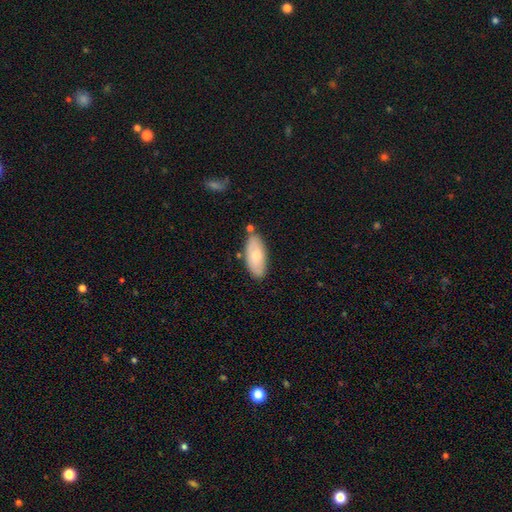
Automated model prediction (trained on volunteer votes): Smooth or featured?
  - smooth: 64% *
  - featured or disk: 29%
  - star or artifact: 6%
How rounded?
  - in between: 89% *
  - cigar-shaped: 9%
  - round: 2%
Merging?
  - none: 78% *
  - minor disturbance: 14%
  - merger: 5%
  - major disturbance: 3%